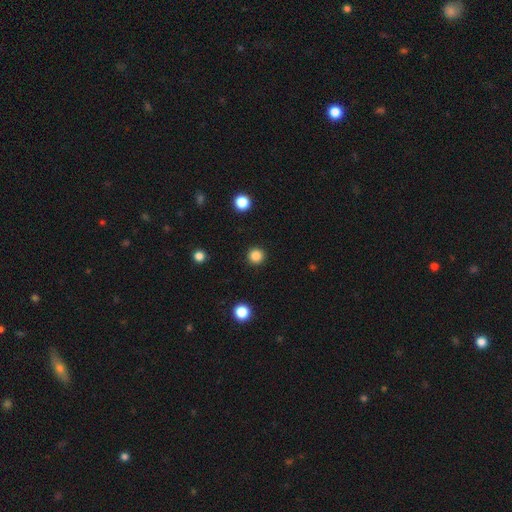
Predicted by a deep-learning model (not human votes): A smooth galaxy with no disk features (85%) that is round (96%).

Vote fractions:
- Smooth or featured? smooth: 85% / star or artifact: 12% / featured or disk: 3%
- How rounded? round: 96% / in between: 3% / cigar-shaped: 1%
- Merging? none: 92% / minor disturbance: 5% / major disturbance: 2% / merger: 1%